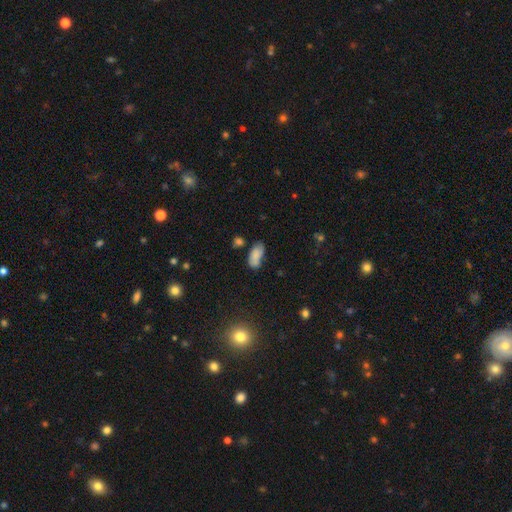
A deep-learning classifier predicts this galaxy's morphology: A smooth galaxy with no disk features (75%) that is in between round and cigar-shaped (90%). Merging: none (54%).